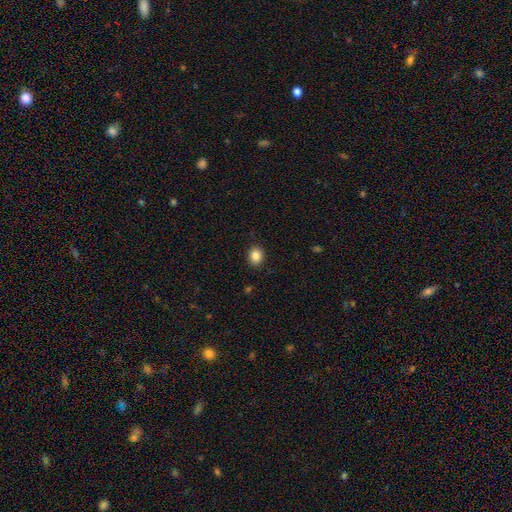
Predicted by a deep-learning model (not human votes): Q: Smooth or featured?
A: smooth (86%); runner-up: star or artifact (10%)
Q: How rounded?
A: round (64%); runner-up: in between (36%)
Q: Merging?
A: none (90%); runner-up: minor disturbance (7%)